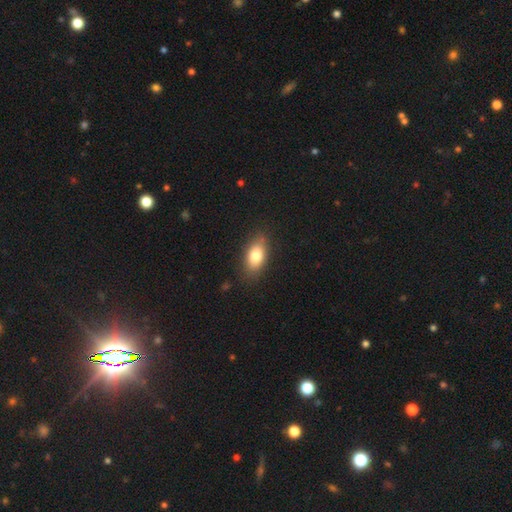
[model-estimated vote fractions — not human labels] A smooth galaxy with no disk features (80%) that is in between round and cigar-shaped (87%).

Vote fractions:
- Smooth or featured? smooth: 80% / featured or disk: 12% / star or artifact: 7%
- How rounded? in between: 87% / round: 7% / cigar-shaped: 6%
- Merging? none: 82% / minor disturbance: 13% / major disturbance: 3% / merger: 1%